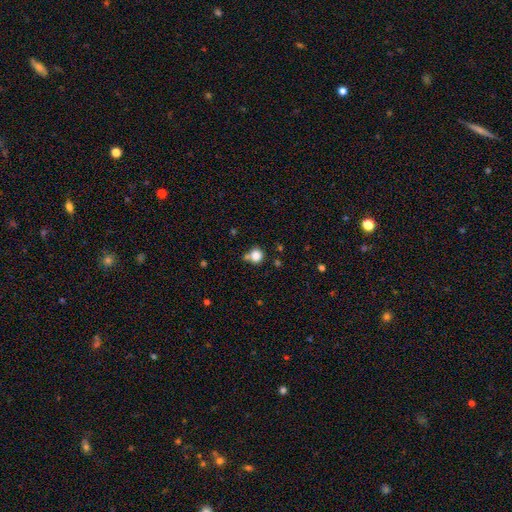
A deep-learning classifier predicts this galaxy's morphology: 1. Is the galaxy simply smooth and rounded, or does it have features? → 83% smooth, 11% star or artifact, 6% featured or disk.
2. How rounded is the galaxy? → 88% round, 11% in between, 1% cigar-shaped.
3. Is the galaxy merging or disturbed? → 60% none, 23% merger, 13% minor disturbance, 5% major disturbance.